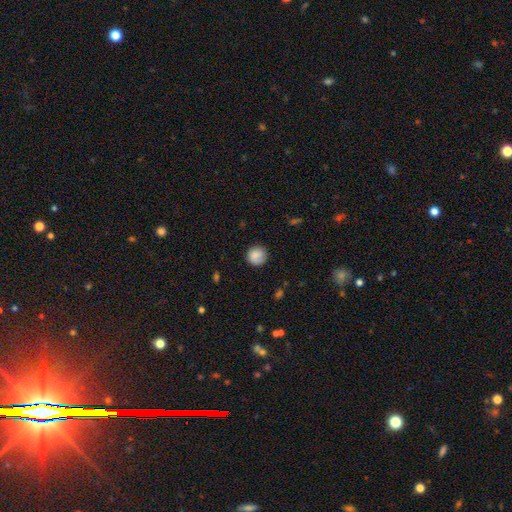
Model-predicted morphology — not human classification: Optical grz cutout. It shows a smooth galaxy with no disk features (84%) that is round (92%). Merging: none (82%).